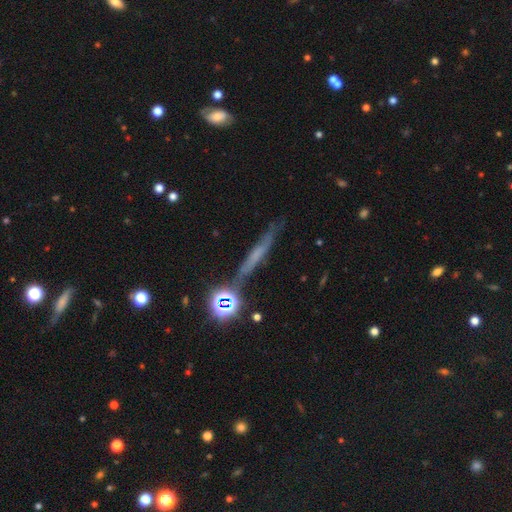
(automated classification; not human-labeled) This appears to be a featured or disk galaxy (44%). Merging: none (73%).